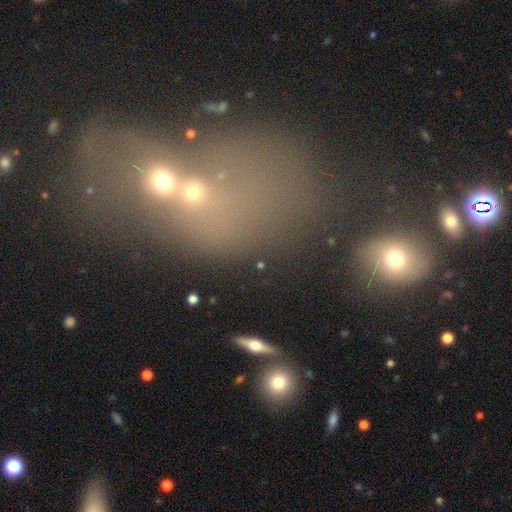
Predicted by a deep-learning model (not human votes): smooth 45%, star or artifact 34%, featured or disk 21%. Down the decision tree: merging — merger (62%).